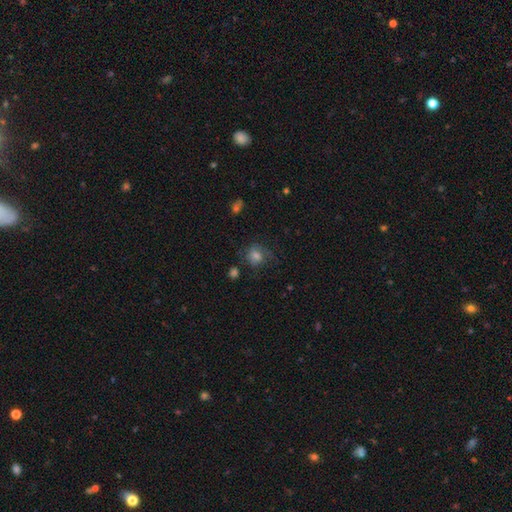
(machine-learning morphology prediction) type=smooth (48%); merging=none (64%).